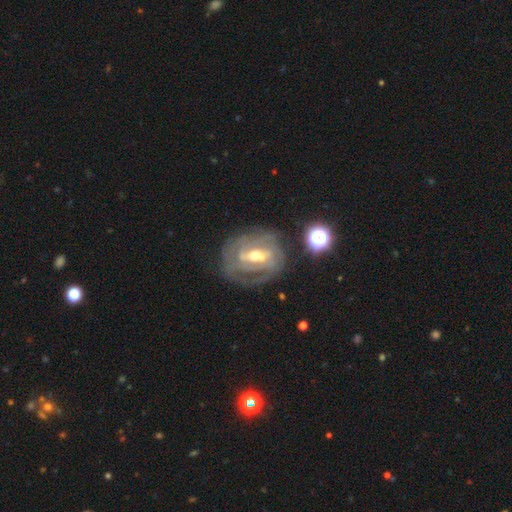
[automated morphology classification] This appears to be a featured or disk galaxy (85%) with a strong bar (45%), tight (64%) spiral arms (89%) and a moderate central bulge (62%). Merging: none (66%).